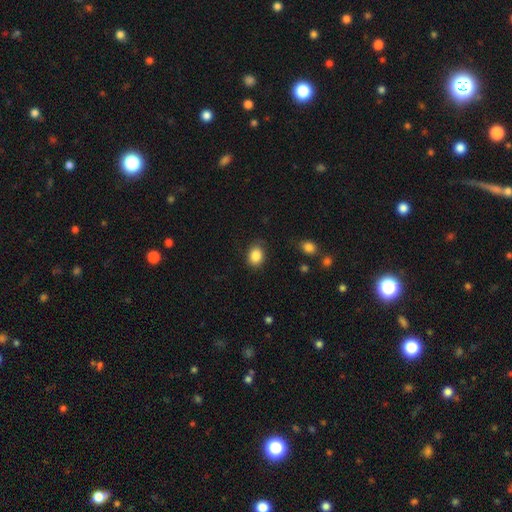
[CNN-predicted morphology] smooth_or_featured: smooth (p=0.86) [alt: star or artifact p=0.09]
how_rounded: in between (p=0.59) [alt: round p=0.41]
merging: none (p=0.82) [alt: minor disturbance p=0.14]